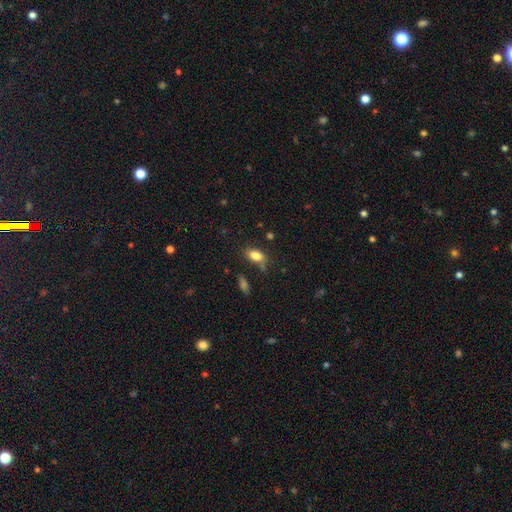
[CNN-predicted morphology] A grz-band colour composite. It shows a smooth galaxy with no disk features (82%) that is in between round and cigar-shaped (87%). Merging: none (71%).